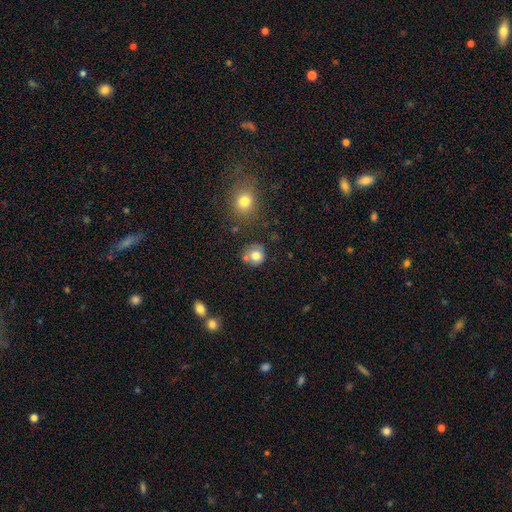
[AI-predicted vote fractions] Smooth or featured: smooth — 76% (featured or disk — 13%)
How rounded: round — 88% (in between — 11%)
Merging: none — 70% (minor disturbance — 13%)